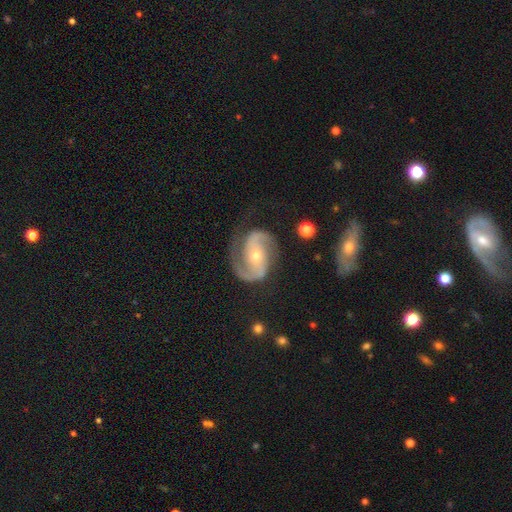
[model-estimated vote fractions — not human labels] This is clearly a featured or disk galaxy (91%). It is clearly not viewed edge-on (98%). Bar: possibly no (52%). Spiral arm pattern: clearly yes (98%). Spiral arm count: clearly 2 (91%). Spiral winding: possibly medium (53%). Central bulge: possibly small (52%). Merging: likely none (73%).